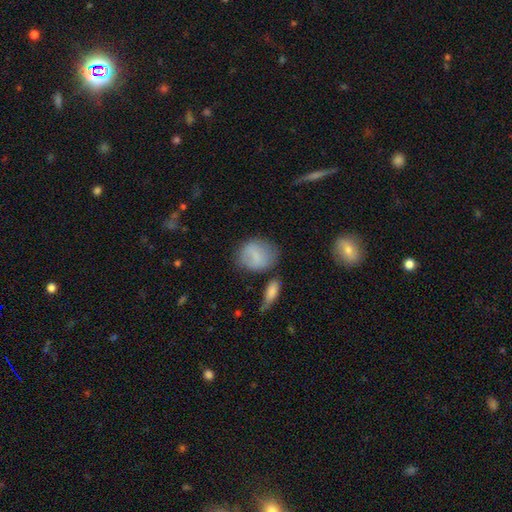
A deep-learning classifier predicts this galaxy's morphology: smooth-or-featured: smooth: 70% | featured or disk: 21% | star or artifact: 8%
  how-rounded: round: 55% | in between: 43% | cigar-shaped: 2%
  merging: none: 61% | minor disturbance: 22% | merger: 9% | major disturbance: 8%